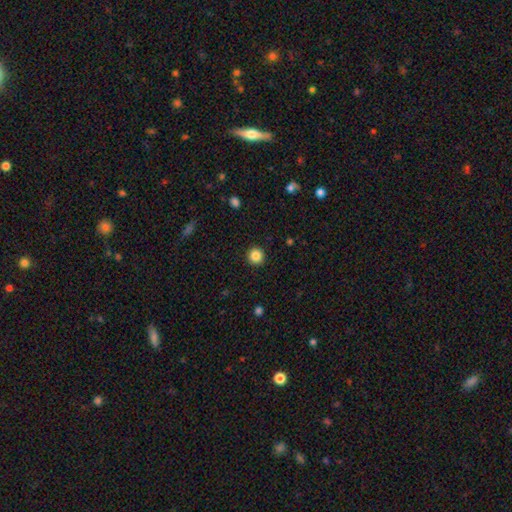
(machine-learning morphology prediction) Smooth or featured? smooth (86%)
How rounded? round (94%)
Merging? none (92%)